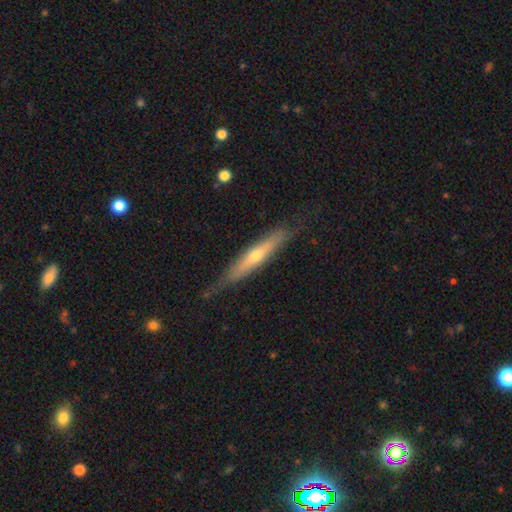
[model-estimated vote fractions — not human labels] smooth-or-featured: featured or disk: 60% | smooth: 34% | star or artifact: 6%
  disk-edge-on: yes: 88% | no: 12%
    edge-on-bulge: rounded: 75% | none: 21% | boxy: 4%
  merging: none: 76% | minor disturbance: 18% | major disturbance: 4% | merger: 1%